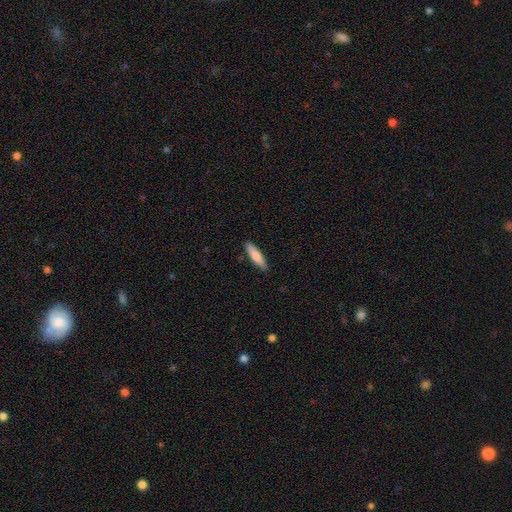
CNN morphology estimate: The model was most divided on "how rounded": cigar-shaped: 79%, in between: 19%, round: 1%. More confident: merging — none (89%); smooth or featured — smooth (80%).